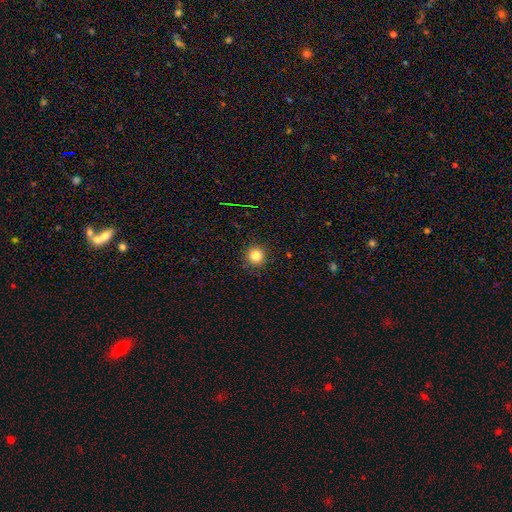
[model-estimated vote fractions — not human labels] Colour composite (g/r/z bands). It shows a smooth galaxy with no disk features (83%) that is round (94%). Merging: none (91%).